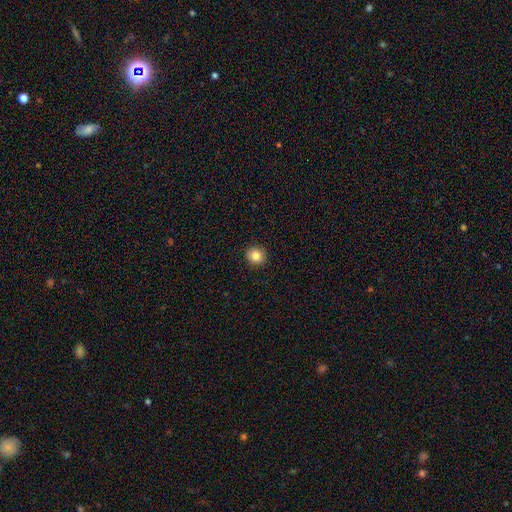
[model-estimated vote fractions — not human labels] Smooth or featured?
  - smooth: 84% *
  - star or artifact: 10%
  - featured or disk: 6%
How rounded?
  - round: 88% *
  - in between: 11%
  - cigar-shaped: 1%
Merging?
  - none: 93% *
  - minor disturbance: 5%
  - major disturbance: 2%
  - merger: 1%